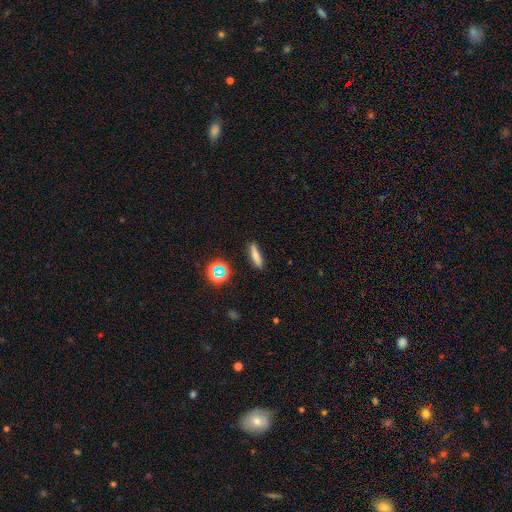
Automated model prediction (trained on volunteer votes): Morphology: type=smooth (70%); roundness=cigar-shaped (73%); merging=none (86%).